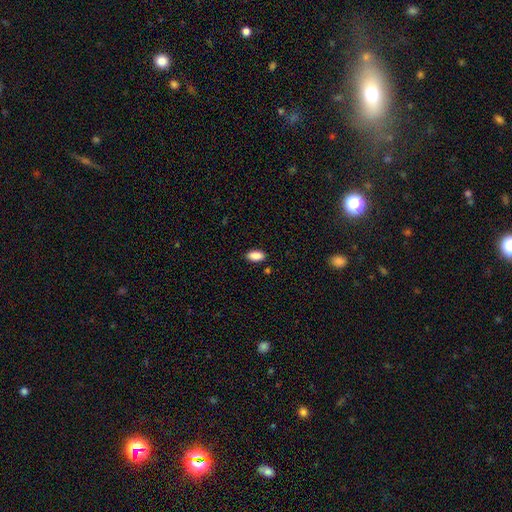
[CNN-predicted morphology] type=smooth (90%); roundness=in between (93%); merging=none (87%).